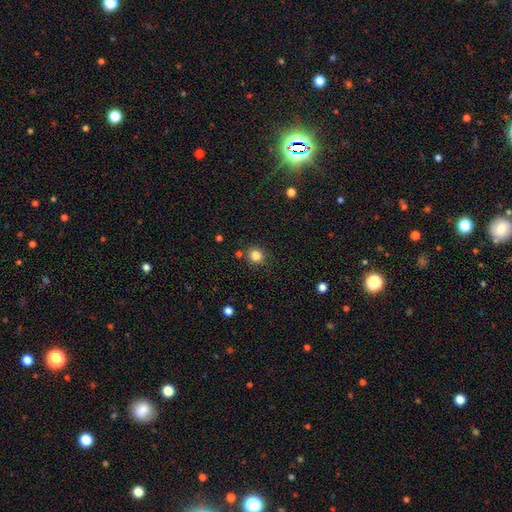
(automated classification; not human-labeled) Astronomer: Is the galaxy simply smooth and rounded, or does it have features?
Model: smooth — 83%.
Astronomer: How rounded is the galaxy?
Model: round — 89%.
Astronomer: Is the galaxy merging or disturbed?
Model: none — 83%.